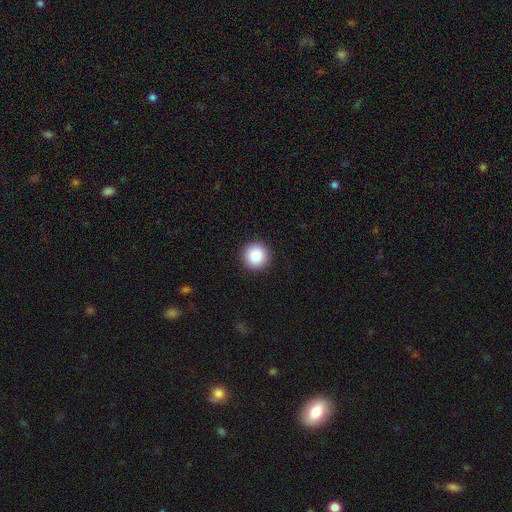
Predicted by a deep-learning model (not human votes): Smooth or featured? smooth (87%)
How rounded? round (96%)
Merging? none (93%)